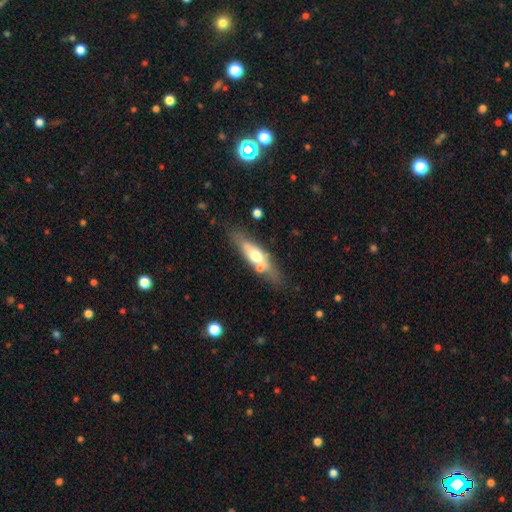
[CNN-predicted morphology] The model was most divided on "smooth or featured": featured or disk: 48%, smooth: 46%, star or artifact: 6%. More confident: merging — none (68%).